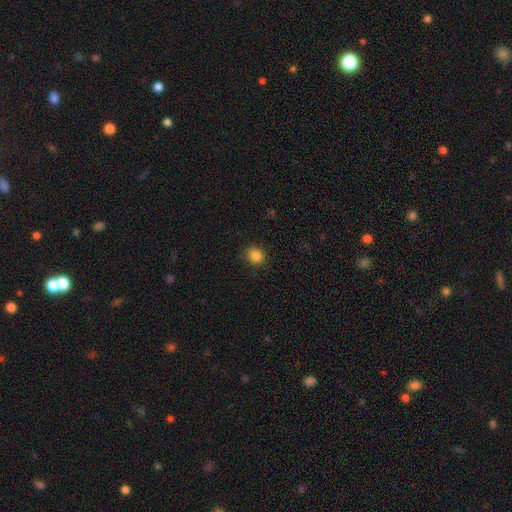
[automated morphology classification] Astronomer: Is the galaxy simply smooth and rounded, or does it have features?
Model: smooth — 85%.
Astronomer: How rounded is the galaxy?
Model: round — 82%.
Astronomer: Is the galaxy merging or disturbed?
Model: none — 84%.